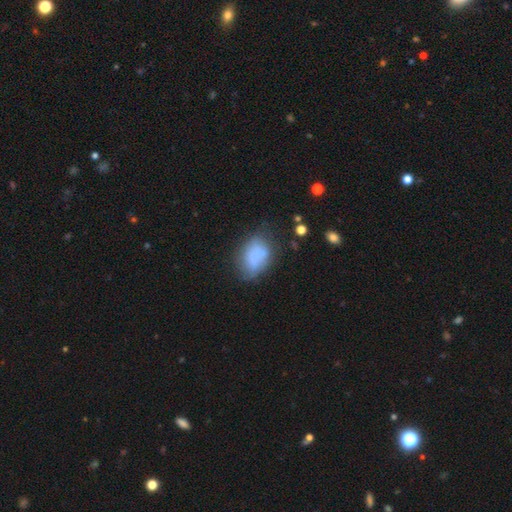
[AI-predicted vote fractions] This is likely a smooth galaxy (70%). How rounded: clearly in between (82%). Merging: possibly none (50%).